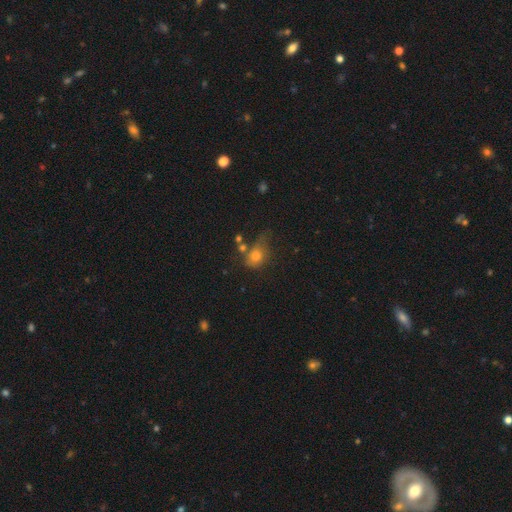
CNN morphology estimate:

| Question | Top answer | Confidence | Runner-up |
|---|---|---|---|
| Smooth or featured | smooth | 72% | star or artifact (16%) |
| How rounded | round | 55% | in between (43%) |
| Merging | none | 43% | minor disturbance (26%) |